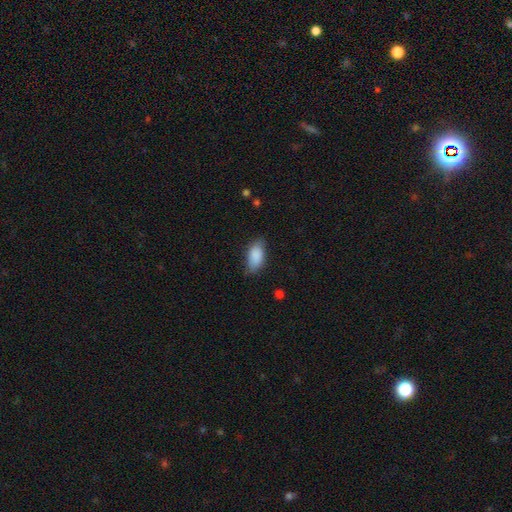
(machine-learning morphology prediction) Q: Smooth or featured?
A: smooth (87%); runner-up: star or artifact (6%)
Q: How rounded?
A: in between (91%); runner-up: cigar-shaped (6%)
Q: Merging?
A: none (73%); runner-up: minor disturbance (22%)